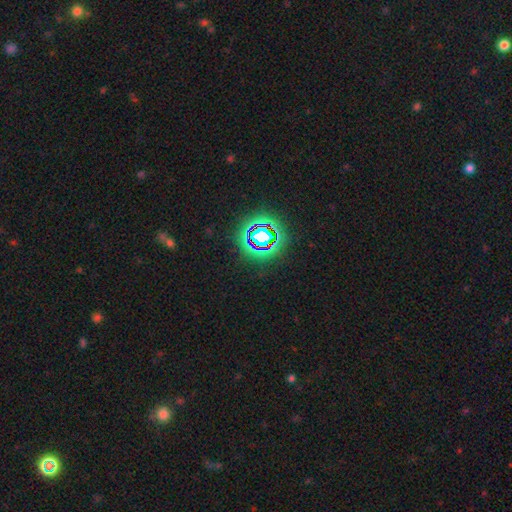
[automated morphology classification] smooth_or_featured: star or artifact (p=0.76) [alt: smooth p=0.16]